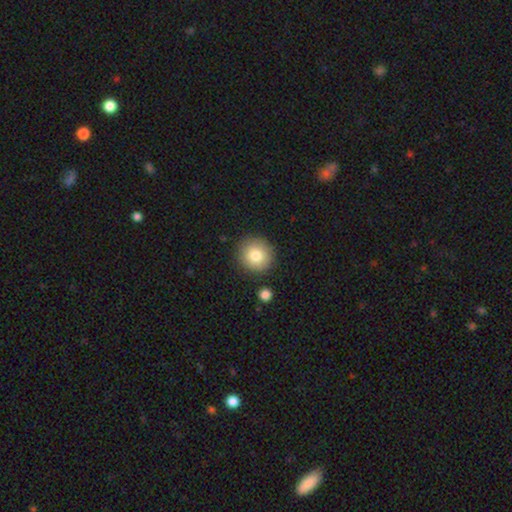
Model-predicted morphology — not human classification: This appears to be a smooth galaxy with no disk features (80%) that is round (93%). Merging: none (87%).